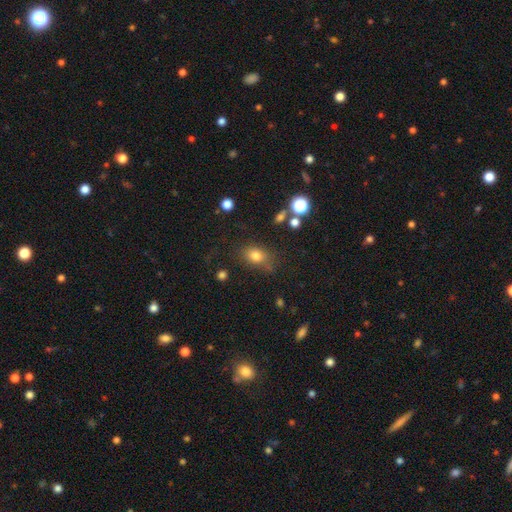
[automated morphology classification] smooth 78%, star or artifact 13%, featured or disk 9%. Down the decision tree: how rounded — in between (67%); merging — none (68%).